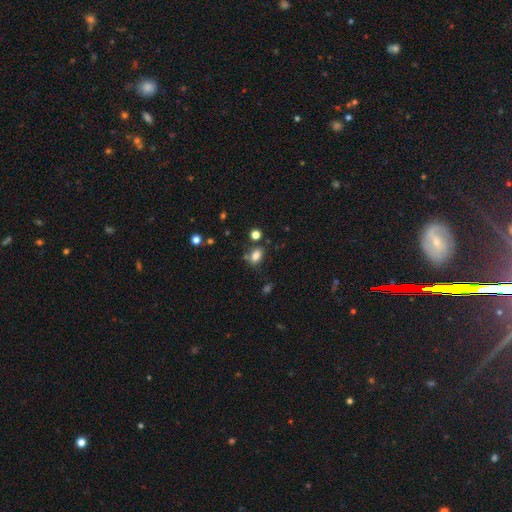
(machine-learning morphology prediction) type=smooth (81%); roundness=in between (77%); merging=none (68%).